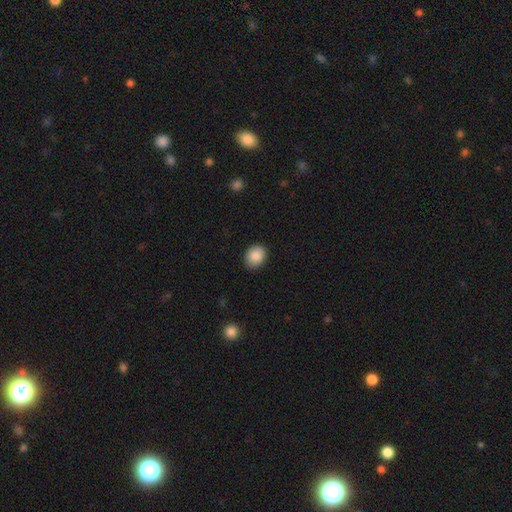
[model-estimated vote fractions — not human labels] Smooth or featured: smooth — 88% (star or artifact — 7%)
How rounded: round — 53% (in between — 46%)
Merging: none — 87% (minor disturbance — 10%)